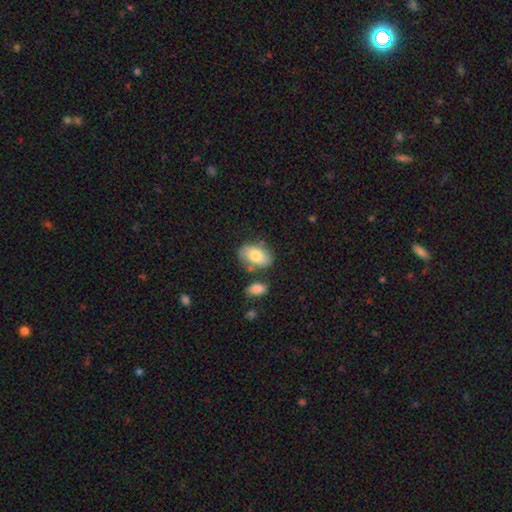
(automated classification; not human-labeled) Smooth or featured? Predicted: smooth (p=0.74). How rounded? Predicted: in between (p=0.90). Merging? Predicted: none (p=0.64).